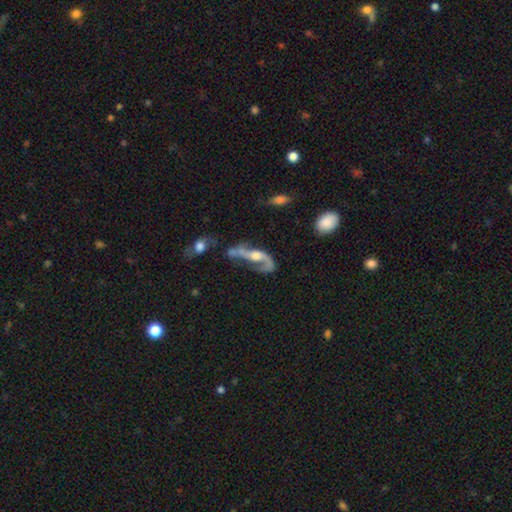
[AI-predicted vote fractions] A featured or disk galaxy (84%) with no bar (53%), 2 (82%) loose (71%) spiral arms (90%) and a moderate central bulge (55%).

Vote fractions:
- Smooth or featured? featured or disk: 84% / smooth: 10% / star or artifact: 6%
- Edge-on disk? no: 90% / yes: 10%
- Bar? no: 53% / weak: 32% / strong: 15%
- Spiral arms? yes: 90% / no: 10%
- Spiral winding? loose: 71% / medium: 23% / tight: 6%
- Spiral arm count? 2: 82% / 1: 12% / can't tell: 3% / 3: 1% / 4: 1% / more than 4: 1%
- Bulge size? moderate: 55% / small: 20% / large: 16% / none: 7% / dominant: 2%
- Merging? none: 35% / major disturbance: 29% / merger: 19% / minor disturbance: 18%